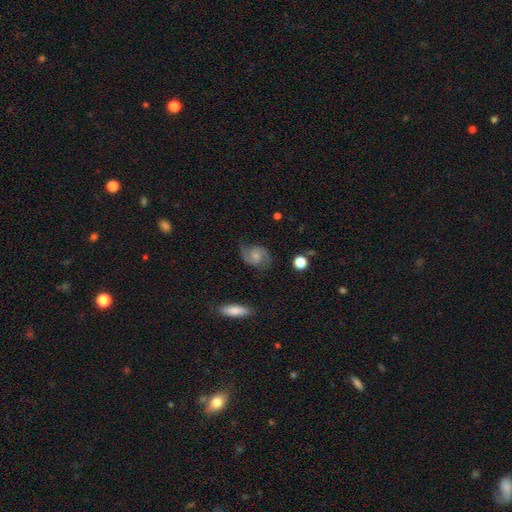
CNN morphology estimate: The model was most divided on "bar": no: 52%, weak: 40%, strong: 8%. Remaining: edge-on disk — no (97%); spiral arms — yes (97%); spiral arm count — 2 (92%); smooth or featured — featured or disk (80%); merging — none (76%); spiral winding — medium (53%); bulge size — small (45%).